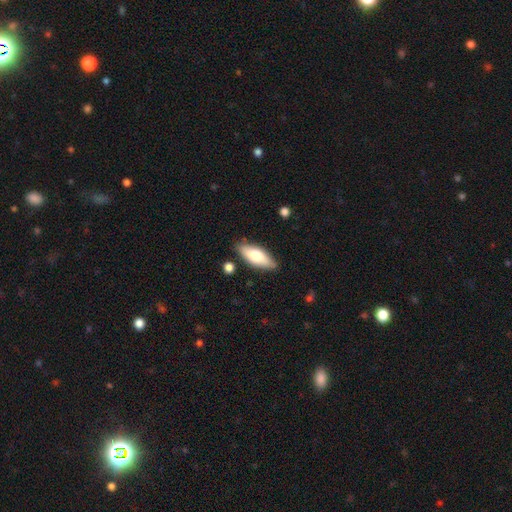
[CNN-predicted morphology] A smooth galaxy with no disk features (70%) that is in between round and cigar-shaped (74%). Merging: none (82%).